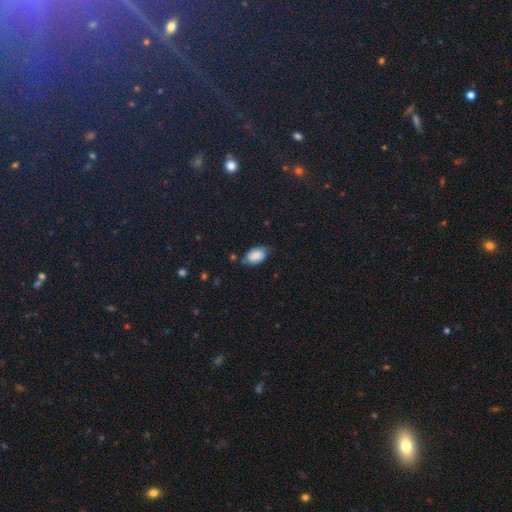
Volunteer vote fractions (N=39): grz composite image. It shows a smooth galaxy with no disk features (67%) that is in between round and cigar-shaped (92%). Merging: none (58%).